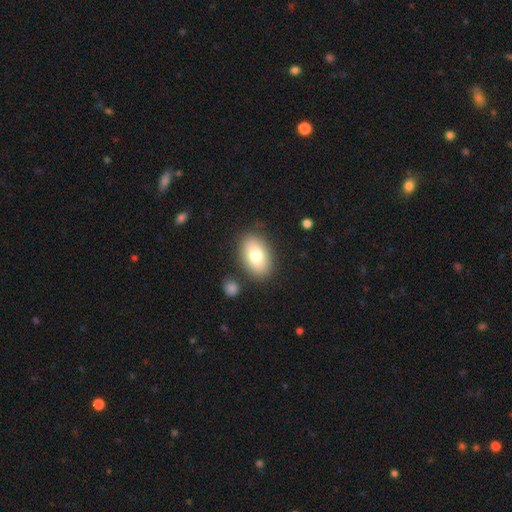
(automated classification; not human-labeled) smooth-or-featured: smooth: 77% | featured or disk: 16% | star or artifact: 8%
  how-rounded: in between: 89% | round: 9% | cigar-shaped: 1%
  merging: none: 84% | minor disturbance: 10% | merger: 4% | major disturbance: 3%